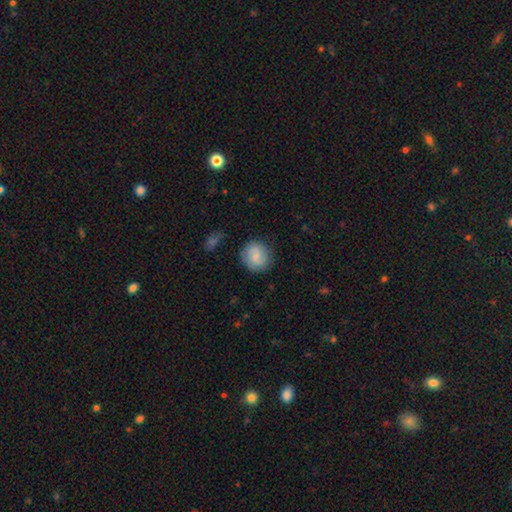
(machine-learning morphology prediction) smooth 67%, featured or disk 26%, star or artifact 7%. Down the decision tree: how rounded — round (87%); merging — none (83%).